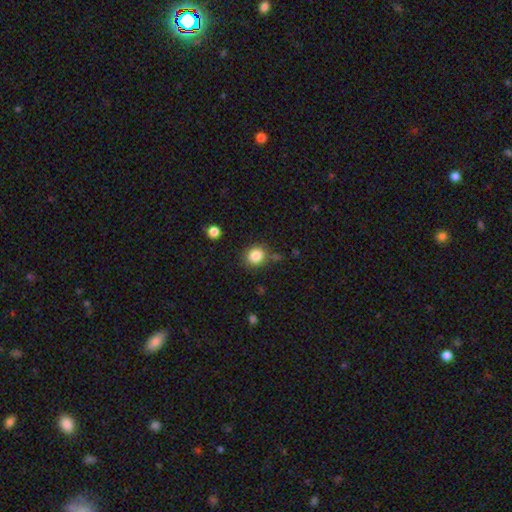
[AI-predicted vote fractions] smooth 85%, star or artifact 10%, featured or disk 5%. Down the decision tree: how rounded — round (80%); merging — none (79%).